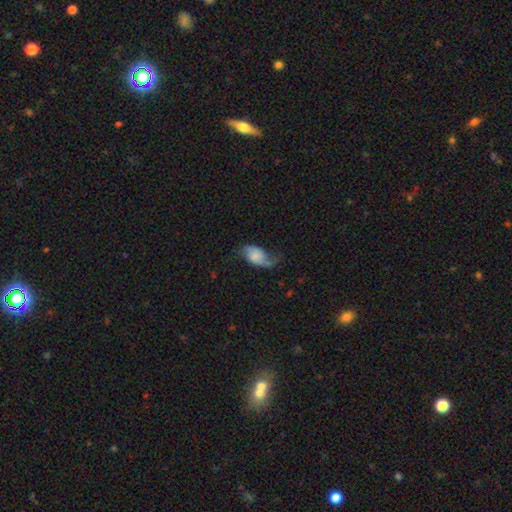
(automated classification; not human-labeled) Overall: featured or disk (55%; smooth 38%). Edge-on disk: no (96%). Bar: no (64%; weak 29%). Spiral arms: yes (89%). Bulge size: small (32%, tied with none). Merging: none (48%; minor disturbance 28%).